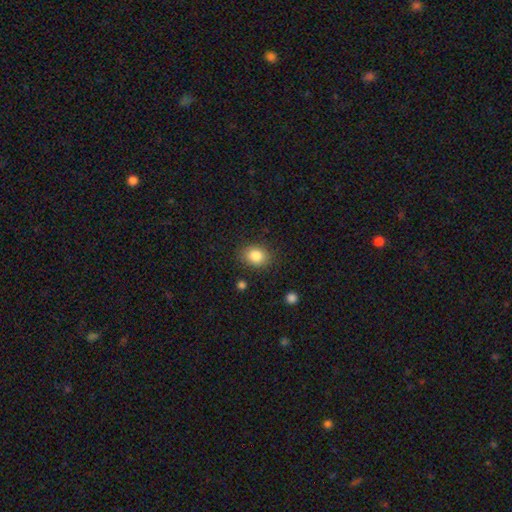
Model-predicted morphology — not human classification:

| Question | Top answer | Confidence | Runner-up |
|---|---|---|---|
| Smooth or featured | smooth | 84% | star or artifact (9%) |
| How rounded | in between | 51% | round (48%) |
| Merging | none | 84% | minor disturbance (11%) |